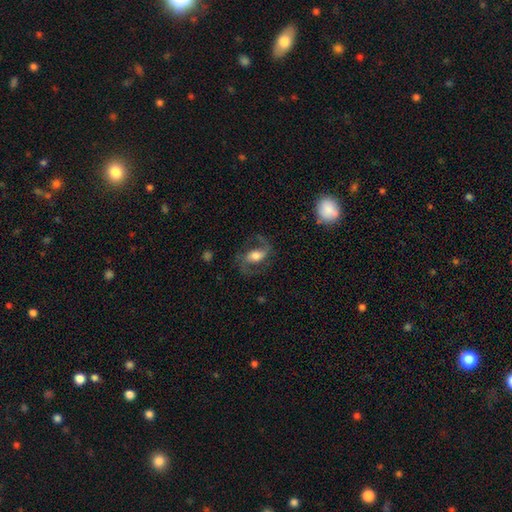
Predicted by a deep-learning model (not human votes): This appears to be a featured or disk galaxy (76%) with a weak bar (40%), 2 (90%) medium (50%) spiral arms (92%) and a moderate central bulge (55%). Merging: none (70%).